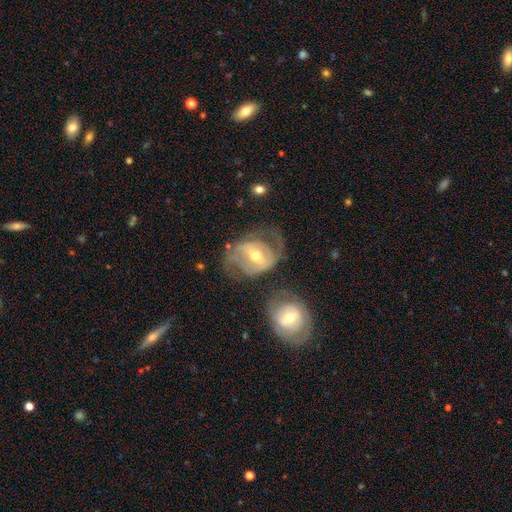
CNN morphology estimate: featured or disk 76%, smooth 18%, star or artifact 6%. Down the decision tree: edge-on disk — no (96%); bar — strong (40%, tied with weak); spiral arms — yes (78%); spiral arm count — 2 (67%); spiral winding — medium (44%); bulge size — moderate (67%); merging — none (48%).